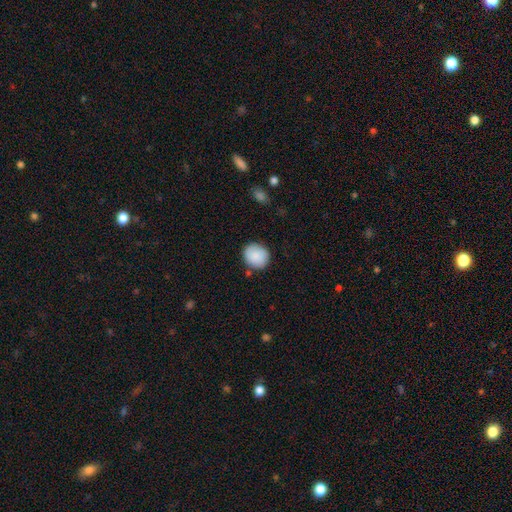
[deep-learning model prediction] Smooth or featured? Predicted: smooth (p=0.88). How rounded? Predicted: round (p=0.79). Merging? Predicted: none (p=0.83).